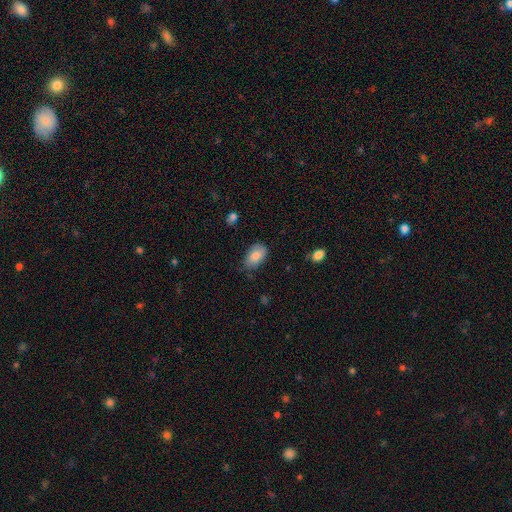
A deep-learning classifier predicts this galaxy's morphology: A smooth galaxy with no disk features (82%) that is in between round and cigar-shaped (92%).

Vote fractions:
- Smooth or featured? smooth: 82% / featured or disk: 11% / star or artifact: 7%
- How rounded? in between: 92% / round: 7% / cigar-shaped: 1%
- Merging? none: 64% / minor disturbance: 28% / major disturbance: 5% / merger: 2%